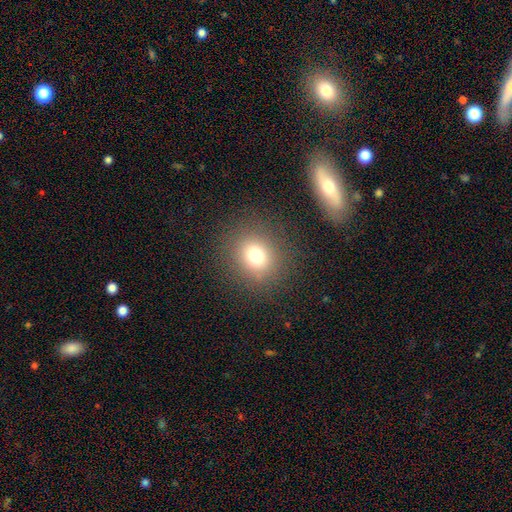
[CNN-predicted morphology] Smooth or featured? smooth (75%)
How rounded? round (81%)
Merging? none (87%)